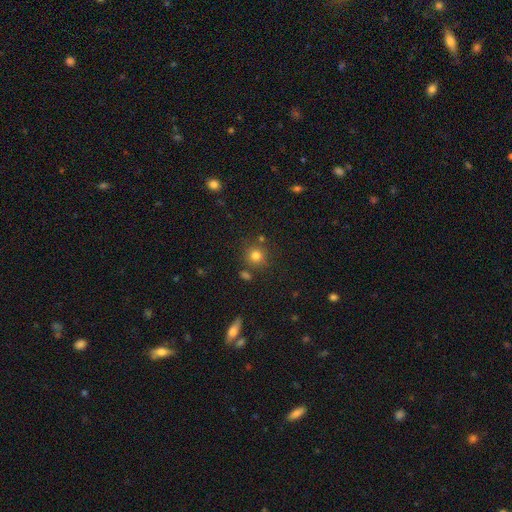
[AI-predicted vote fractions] A smooth galaxy with no disk features (79%) that is round (90%). Merging: none (78%).